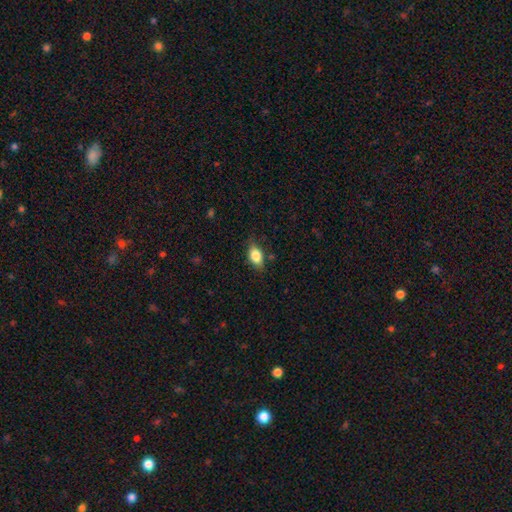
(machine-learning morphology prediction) smooth-or-featured: smooth: 80% | featured or disk: 12% | star or artifact: 8%
  how-rounded: in between: 86% | round: 9% | cigar-shaped: 6%
  merging: none: 76% | minor disturbance: 19% | major disturbance: 4% | merger: 2%